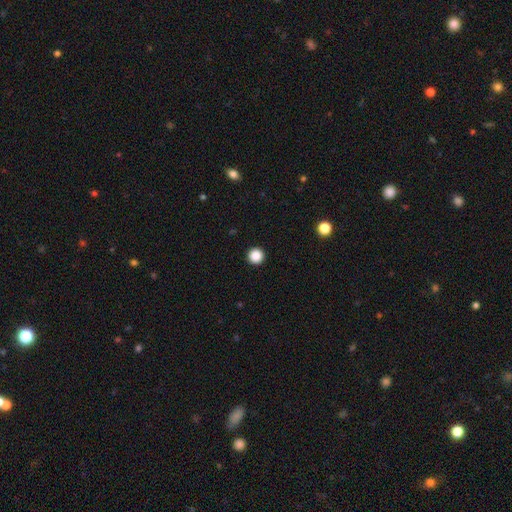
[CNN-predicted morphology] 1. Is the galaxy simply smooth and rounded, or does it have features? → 87% smooth, 10% star or artifact, 2% featured or disk.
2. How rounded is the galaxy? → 97% round, 2% in between, 1% cigar-shaped.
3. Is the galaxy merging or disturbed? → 94% none, 4% minor disturbance, 1% major disturbance, 1% merger.